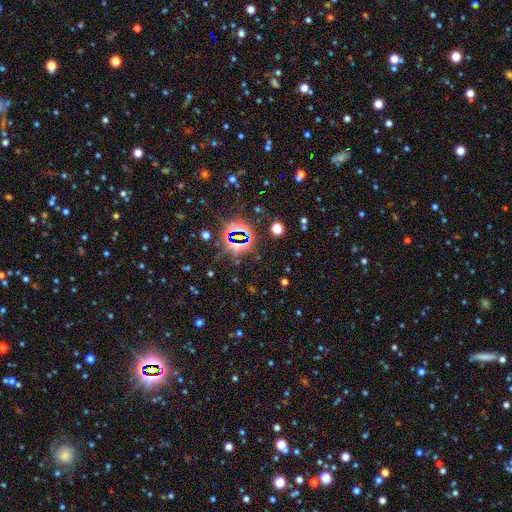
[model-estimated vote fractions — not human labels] The model was most divided on "smooth or featured": star or artifact: 79%, smooth: 13%, featured or disk: 8%.